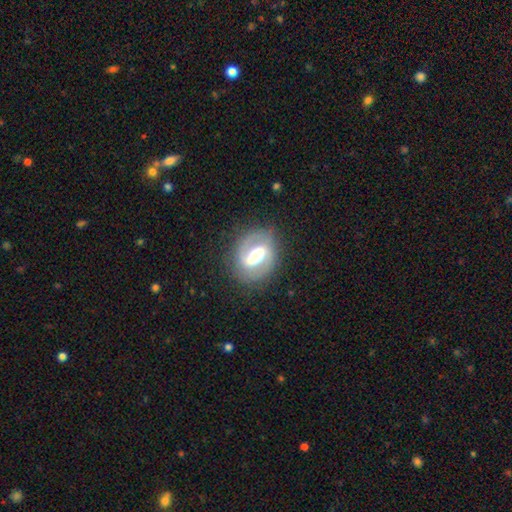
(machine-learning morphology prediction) Q: Smooth or featured?
A: featured or disk (80%); runner-up: smooth (15%)
Q: Edge-on disk?
A: no (96%); runner-up: yes (4%)
Q: Bar?
A: strong (55%); runner-up: weak (33%)
Q: Spiral arms?
A: yes (85%); runner-up: no (15%)
Q: Spiral winding?
A: medium (50%); runner-up: tight (32%)
Q: Spiral arm count?
A: 2 (88%); runner-up: can't tell (5%)
Q: Bulge size?
A: moderate (55%); runner-up: large (29%)
Q: Merging?
A: none (80%); runner-up: minor disturbance (13%)